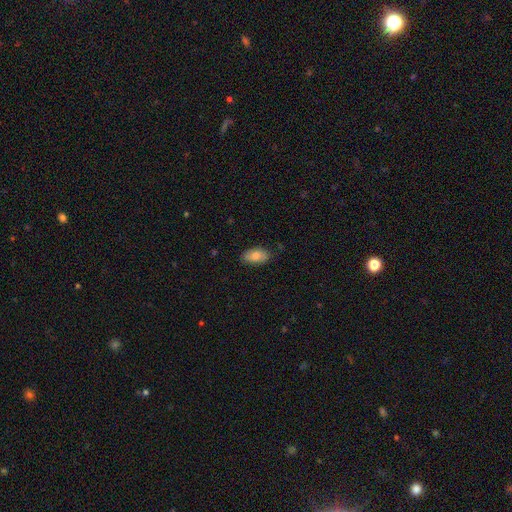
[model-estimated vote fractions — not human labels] This appears to be a smooth galaxy with no disk features (78%) that is in between round and cigar-shaped (93%). Merging: none (82%).